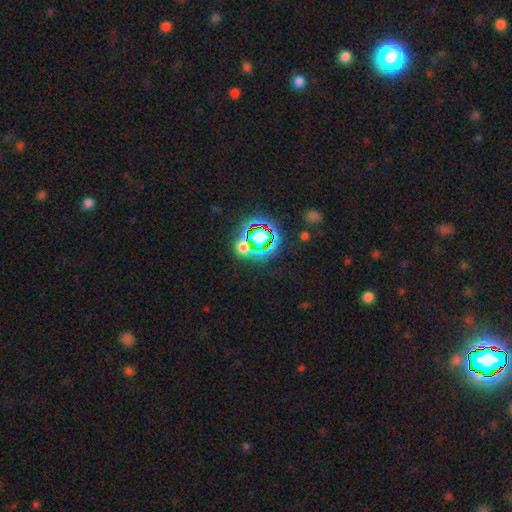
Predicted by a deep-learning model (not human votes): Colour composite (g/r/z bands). It shows a star or artifact, not a galaxy (78%).